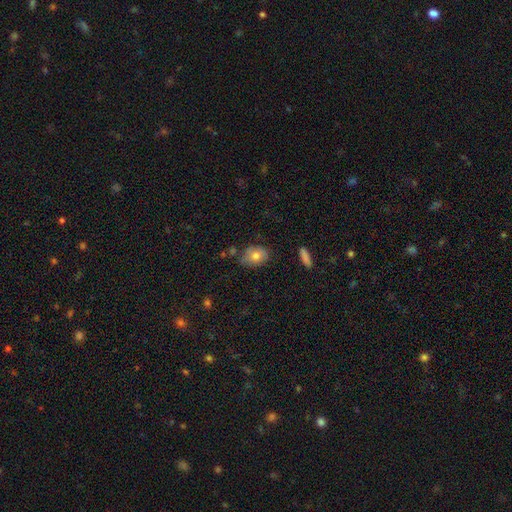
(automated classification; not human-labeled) Smooth or featured: smooth — 76% (featured or disk — 16%)
How rounded: in between — 64% (round — 35%)
Merging: none — 69% (minor disturbance — 23%)